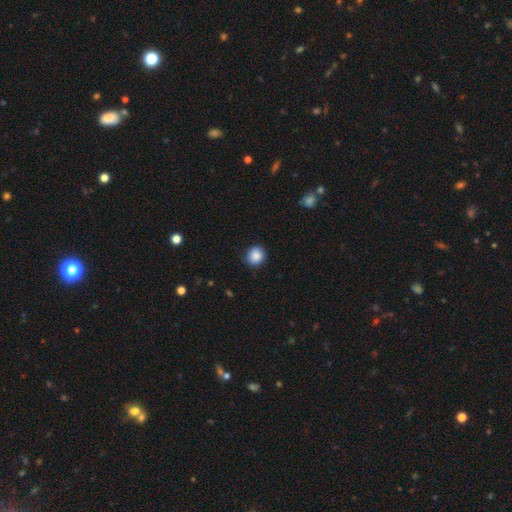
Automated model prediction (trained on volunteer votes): Smooth or featured? smooth (88%)
How rounded? round (88%)
Merging? none (87%)